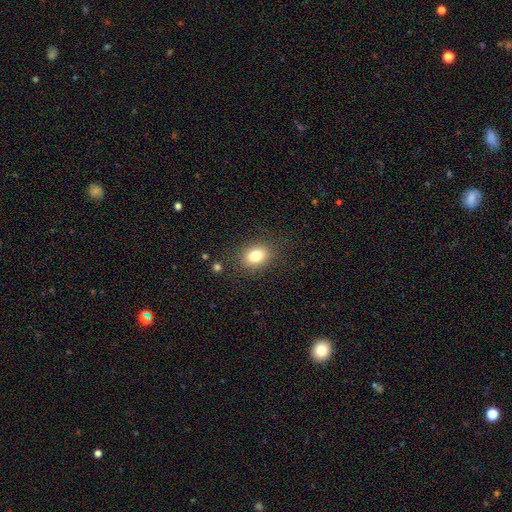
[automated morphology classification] This appears to be a smooth galaxy with no disk features (81%) that is in between round and cigar-shaped (63%). Merging: none (85%).